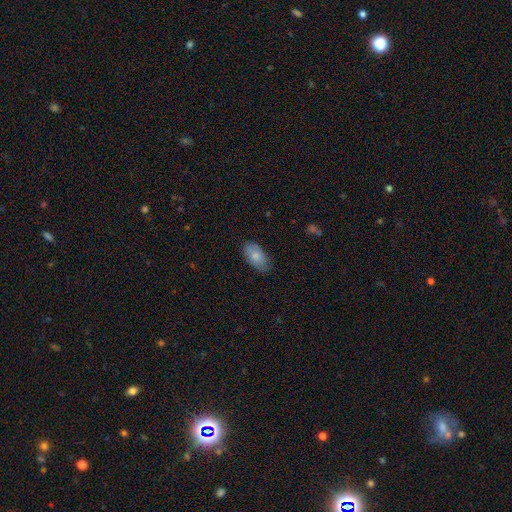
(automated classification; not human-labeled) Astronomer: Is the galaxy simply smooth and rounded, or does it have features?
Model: smooth — 79%.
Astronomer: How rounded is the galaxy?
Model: in between — 94%.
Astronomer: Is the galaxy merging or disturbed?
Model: none — 75%.